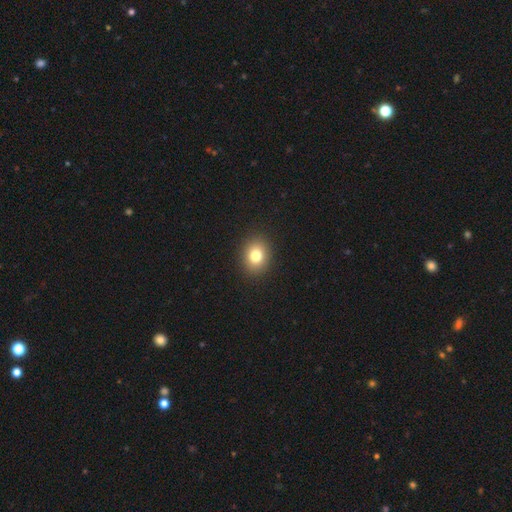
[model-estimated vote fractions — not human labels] This appears to be a smooth galaxy with no disk features (80%) that is round (56%). Merging: none (91%).